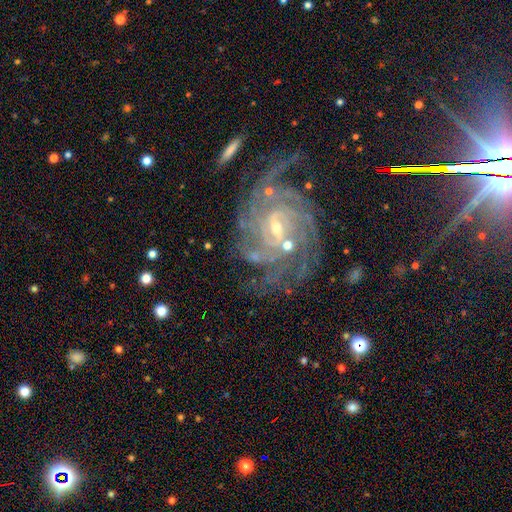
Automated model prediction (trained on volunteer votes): featured or disk 90%, star or artifact 6%, smooth 4%. Down the decision tree: edge-on disk — no (98%); bar — weak (54%); spiral arms — yes (98%); spiral arm count — 4 (27%); spiral winding — tight (67%); bulge size — small (65%); merging — none (70%).